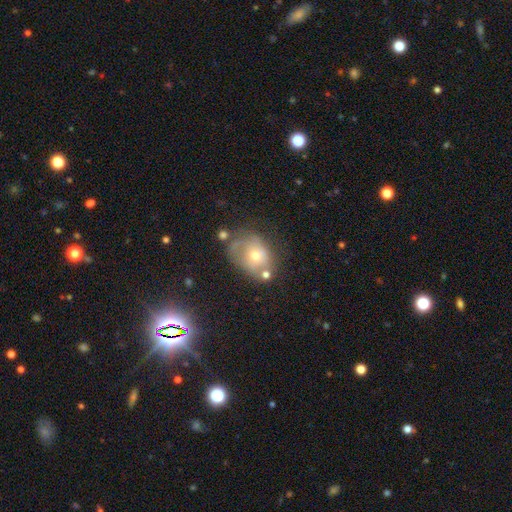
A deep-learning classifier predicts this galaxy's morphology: Smooth or featured? featured or disk (46%)
Merging? none (42%)